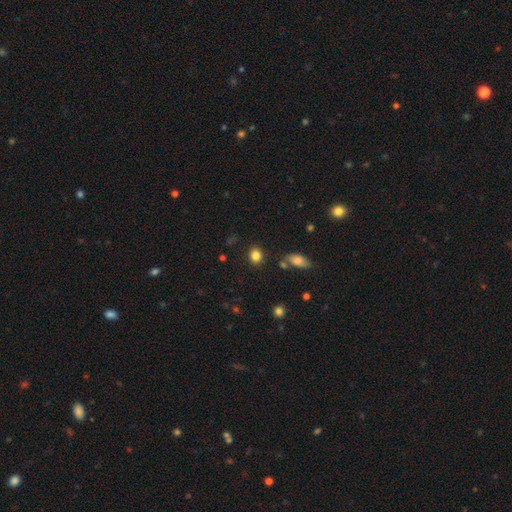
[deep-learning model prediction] Smooth or featured? smooth (84%)
How rounded? round (63%)
Merging? none (84%)